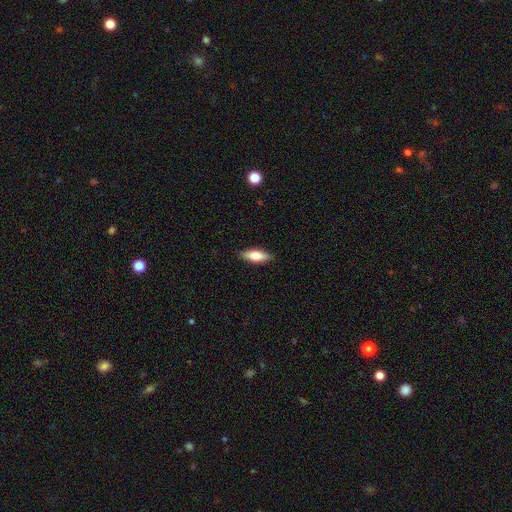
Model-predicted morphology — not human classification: Q: Smooth or featured?
A: smooth (73%); runner-up: featured or disk (21%)
Q: How rounded?
A: in between (70%); runner-up: cigar-shaped (28%)
Q: Merging?
A: none (88%); runner-up: minor disturbance (9%)